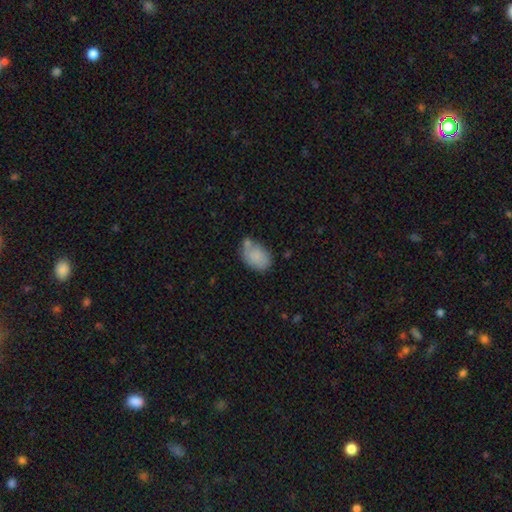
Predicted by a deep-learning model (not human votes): smooth 81%, featured or disk 11%, star or artifact 8%. Down the decision tree: how rounded — in between (83%); merging — none (47%).